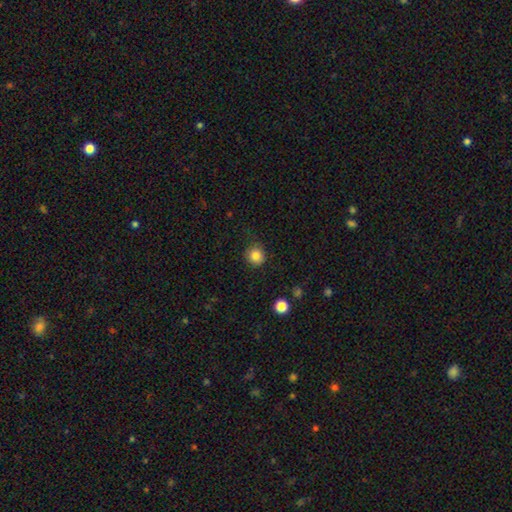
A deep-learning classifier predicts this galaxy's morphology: The model was most divided on "merging": none: 83%, minor disturbance: 12%, major disturbance: 3%, merger: 1%. More confident: how rounded — round (92%); smooth or featured — smooth (83%).